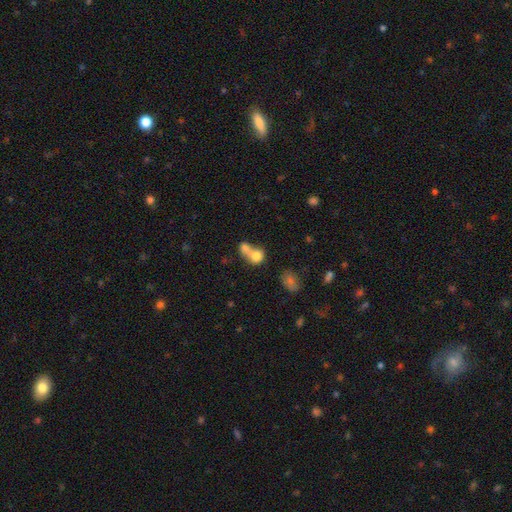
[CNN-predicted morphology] type=smooth (69%); roundness=round (59%); merging=merger (67%).